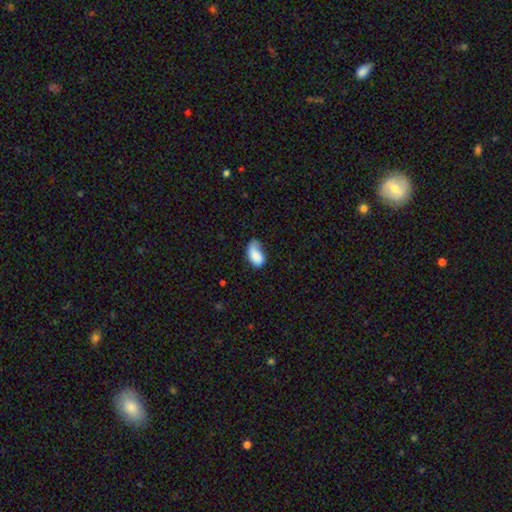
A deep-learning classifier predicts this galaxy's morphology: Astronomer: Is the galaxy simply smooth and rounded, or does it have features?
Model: smooth — 82%.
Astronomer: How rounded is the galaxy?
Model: in between — 94%.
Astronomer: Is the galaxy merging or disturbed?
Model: minor disturbance — 40% (runner-up: none, 38%).